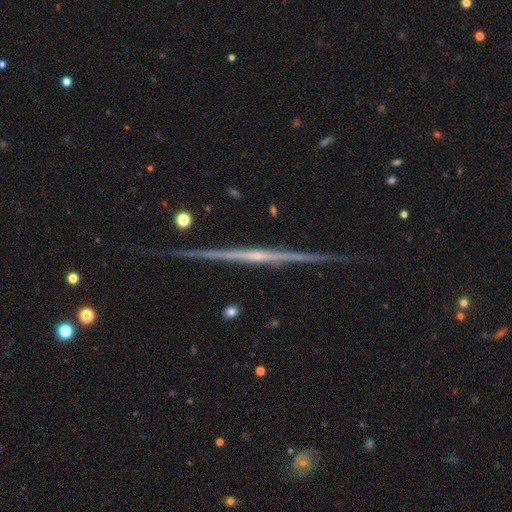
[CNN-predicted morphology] type=featured or disk (84%); edge-on=yes (98%); edge-on bulge=none (51%); merging=none (90%).